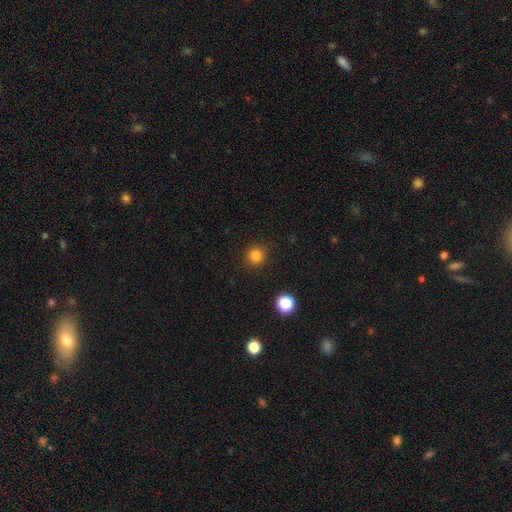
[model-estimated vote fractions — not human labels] smooth_or_featured: smooth (p=0.82) [alt: star or artifact p=0.14]
how_rounded: round (p=0.93) [alt: in between p=0.06]
merging: none (p=0.91) [alt: minor disturbance p=0.06]